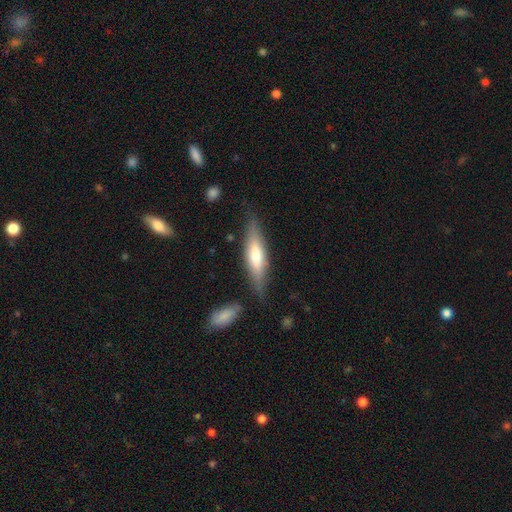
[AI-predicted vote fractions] smooth_or_featured: smooth (p=0.50) [alt: featured or disk p=0.45]
merging: none (p=0.78) [alt: minor disturbance p=0.15]